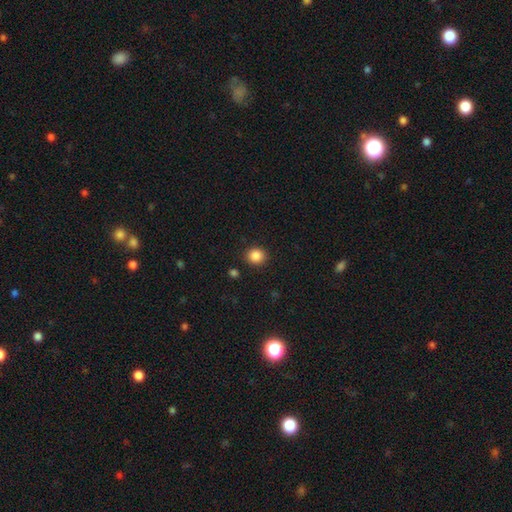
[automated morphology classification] smooth 86%, star or artifact 10%, featured or disk 3%. Down the decision tree: how rounded — round (85%); merging — none (89%).